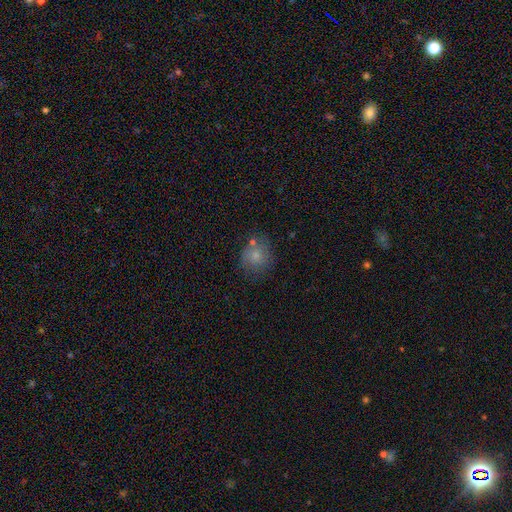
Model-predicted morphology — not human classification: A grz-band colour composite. It shows a smooth galaxy with no disk features (76%) that is round (75%). Merging: none (61%).